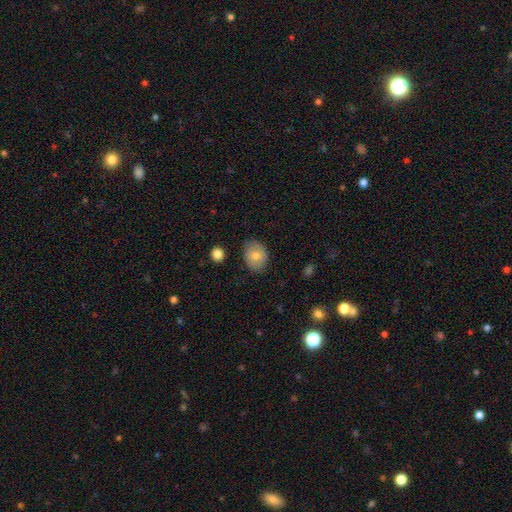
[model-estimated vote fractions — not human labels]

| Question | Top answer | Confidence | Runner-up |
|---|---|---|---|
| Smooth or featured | smooth | 76% | featured or disk (17%) |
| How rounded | in between | 59% | round (40%) |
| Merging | none | 79% | minor disturbance (17%) |